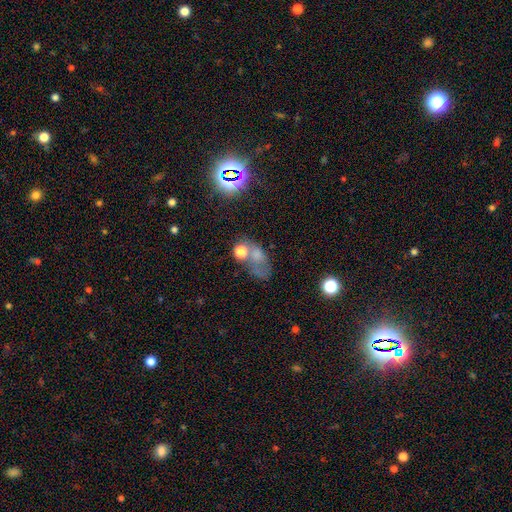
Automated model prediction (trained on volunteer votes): smooth 53%, star or artifact 25%, featured or disk 23%. Down the decision tree: how rounded — in between (74%); merging — none (41%).